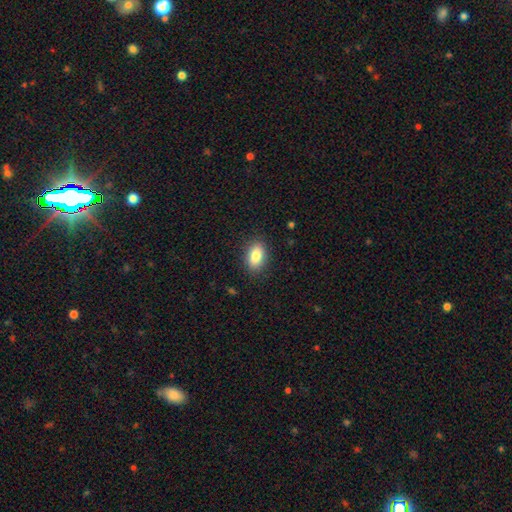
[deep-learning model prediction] Smooth or featured? Predicted: smooth (p=0.84). How rounded? Predicted: in between (p=0.89). Merging? Predicted: none (p=0.87).